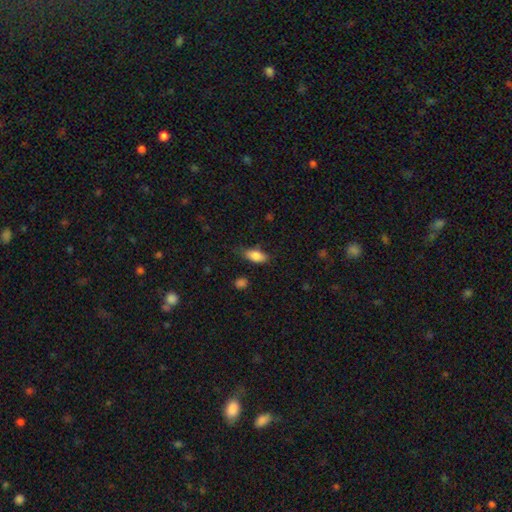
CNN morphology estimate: Q: Smooth or featured?
A: smooth (82%); runner-up: featured or disk (10%)
Q: How rounded?
A: in between (85%); runner-up: cigar-shaped (11%)
Q: Merging?
A: none (66%); runner-up: minor disturbance (26%)